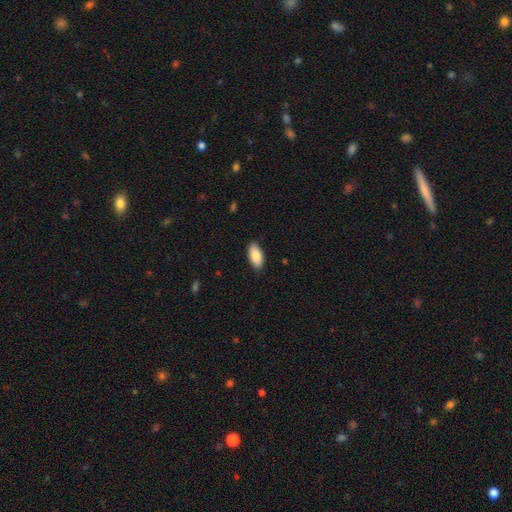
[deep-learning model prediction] smooth 87%, featured or disk 7%, star or artifact 6%. Down the decision tree: how rounded — in between (92%); merging — none (87%).